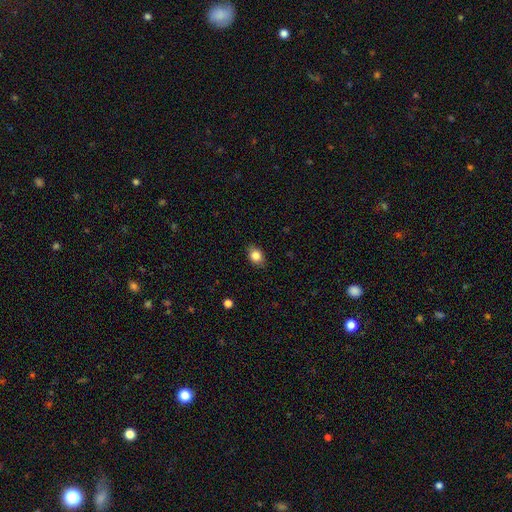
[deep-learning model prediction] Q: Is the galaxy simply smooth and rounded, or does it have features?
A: smooth — 84%.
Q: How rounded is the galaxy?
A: in between — 66%.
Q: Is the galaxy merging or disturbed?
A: none — 85%.